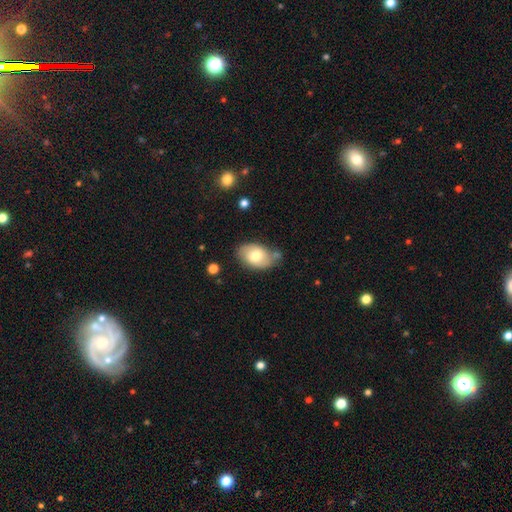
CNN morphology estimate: smooth 68%, featured or disk 25%, star or artifact 7%. Down the decision tree: how rounded — in between (86%); merging — none (61%).